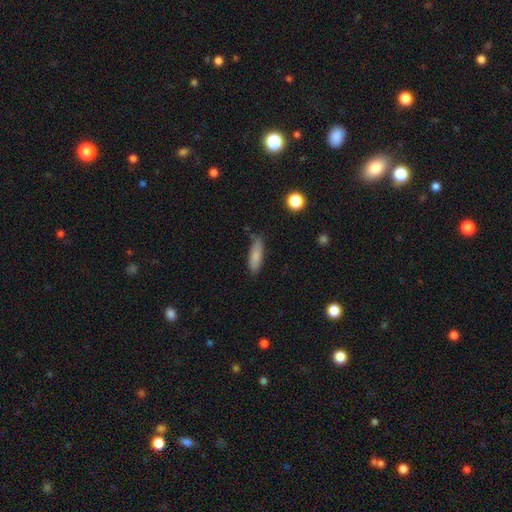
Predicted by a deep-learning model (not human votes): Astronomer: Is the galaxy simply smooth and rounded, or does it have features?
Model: smooth — 82%.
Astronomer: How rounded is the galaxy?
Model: cigar-shaped — 52% (runner-up: in between, 46%).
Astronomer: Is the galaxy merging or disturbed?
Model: none — 70%.